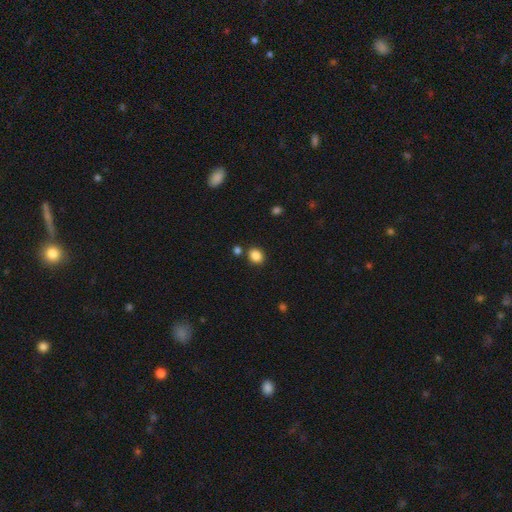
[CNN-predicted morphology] Q: Smooth or featured?
A: smooth (86%); runner-up: star or artifact (10%)
Q: How rounded?
A: round (65%); runner-up: in between (35%)
Q: Merging?
A: none (82%); runner-up: minor disturbance (8%)